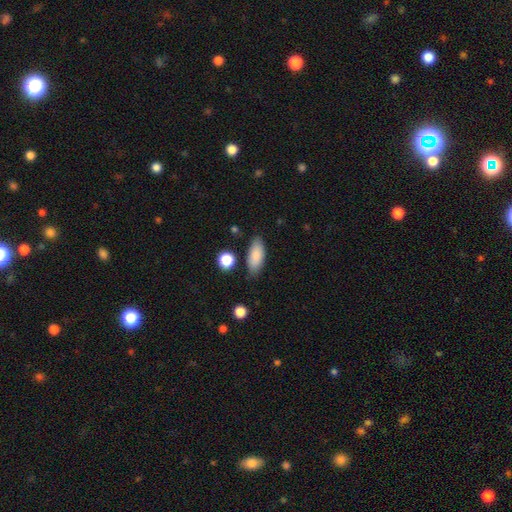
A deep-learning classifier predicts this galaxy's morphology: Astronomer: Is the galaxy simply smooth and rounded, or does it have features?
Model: smooth — 85%.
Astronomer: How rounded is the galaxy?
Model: in between — 82%.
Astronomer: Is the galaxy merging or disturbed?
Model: none — 78%.